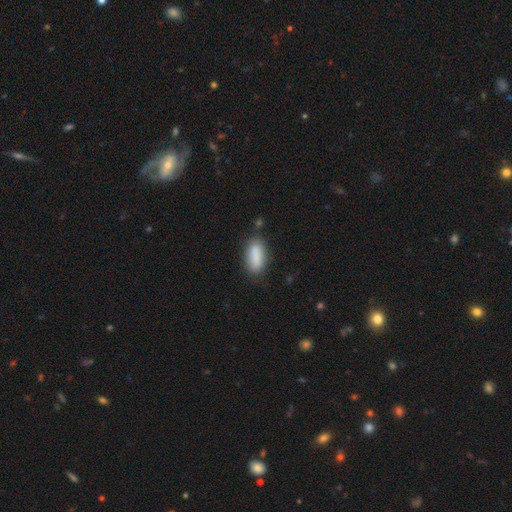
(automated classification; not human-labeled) Smooth or featured? smooth (86%)
How rounded? in between (81%)
Merging? none (75%)